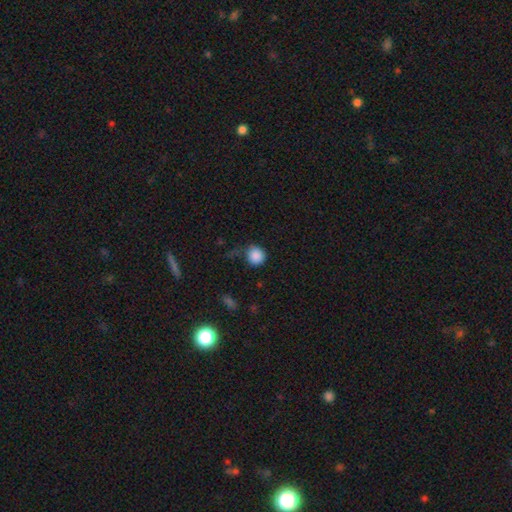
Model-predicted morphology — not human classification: Smooth or featured? smooth (87%)
How rounded? round (90%)
Merging? none (64%)